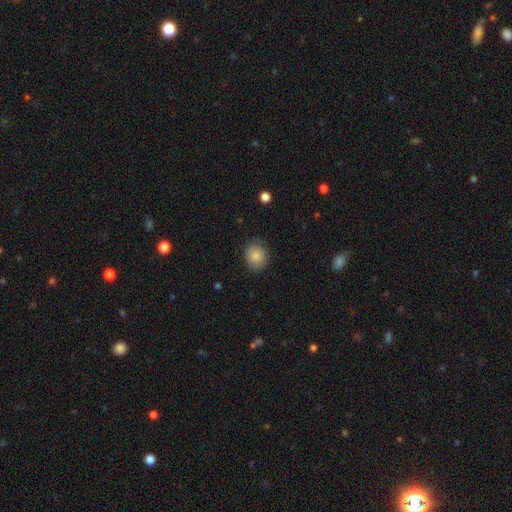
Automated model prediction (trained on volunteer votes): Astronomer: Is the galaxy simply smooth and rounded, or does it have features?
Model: smooth — 83%.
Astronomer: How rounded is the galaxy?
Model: round — 64%.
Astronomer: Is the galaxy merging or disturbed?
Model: none — 79%.